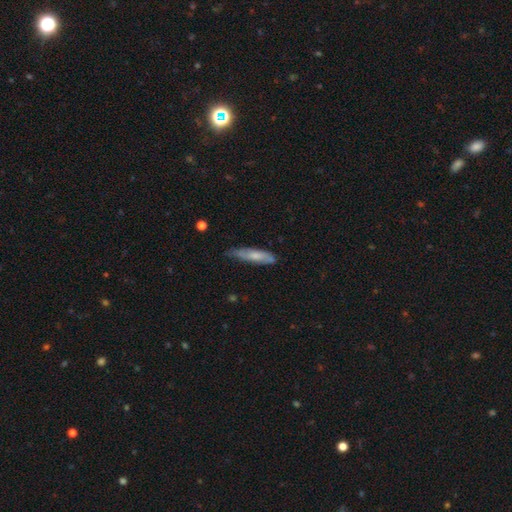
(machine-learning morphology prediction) This is likely a smooth galaxy (61%). How rounded: likely cigar-shaped (79%). Merging: likely none (62%).